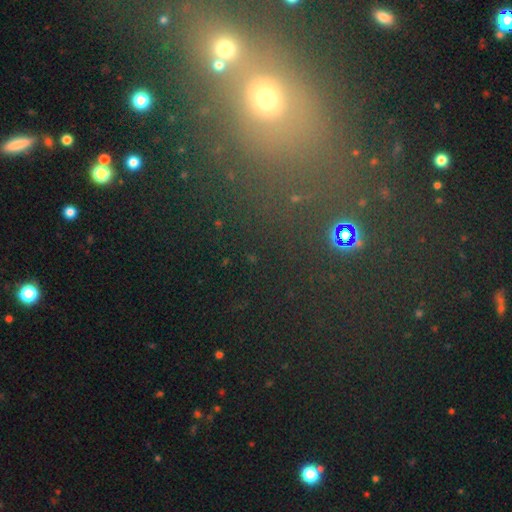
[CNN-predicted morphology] This appears to be a star or artifact, not a galaxy (56%).